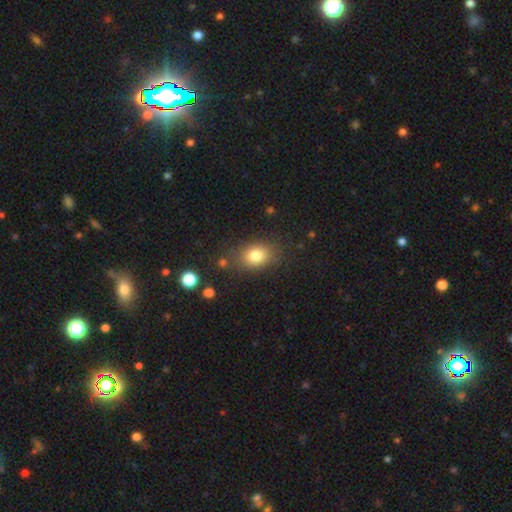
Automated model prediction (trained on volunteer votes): A smooth galaxy with no disk features (80%) that is in between round and cigar-shaped (65%).

Vote fractions:
- Smooth or featured? smooth: 80% / star or artifact: 11% / featured or disk: 9%
- How rounded? in between: 65% / round: 34% / cigar-shaped: 1%
- Merging? none: 78% / minor disturbance: 14% / major disturbance: 5% / merger: 3%